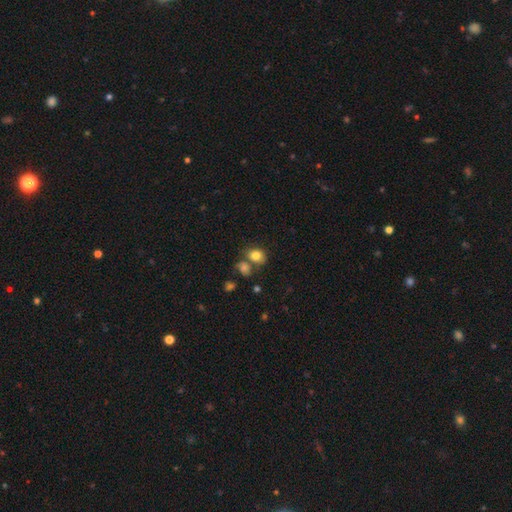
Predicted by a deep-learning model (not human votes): Morphology: type=smooth (81%); roundness=in between (54%); merging=none (49%).